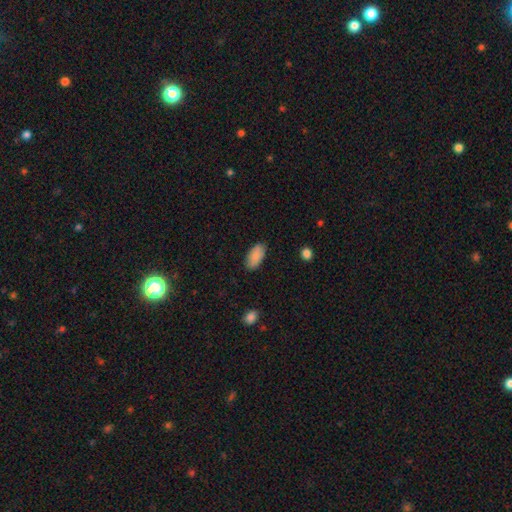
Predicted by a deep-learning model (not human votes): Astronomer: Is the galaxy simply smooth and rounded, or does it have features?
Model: smooth — 87%.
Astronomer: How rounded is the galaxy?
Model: in between — 92%.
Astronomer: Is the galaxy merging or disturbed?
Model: none — 86%.